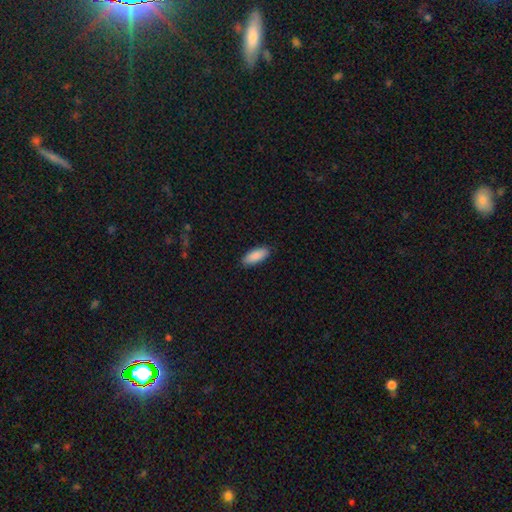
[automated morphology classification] smooth_or_featured: smooth (p=0.90) [alt: star or artifact p=0.06]
how_rounded: in between (p=0.82) [alt: cigar-shaped p=0.17]
merging: none (p=0.88) [alt: minor disturbance p=0.09]